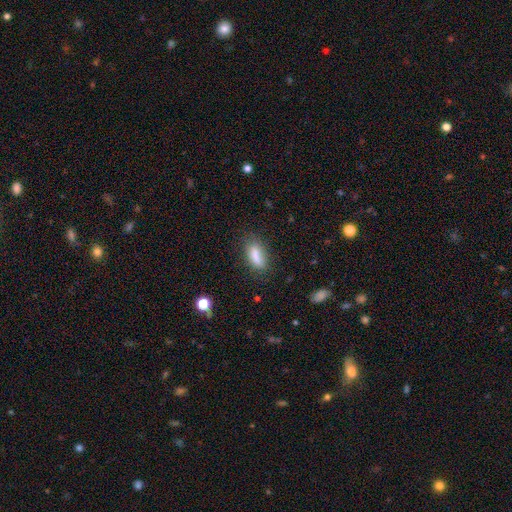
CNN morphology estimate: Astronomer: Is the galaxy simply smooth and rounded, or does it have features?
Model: smooth — 79%.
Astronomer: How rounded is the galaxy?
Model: in between — 75%.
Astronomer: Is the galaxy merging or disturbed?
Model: none — 65%.